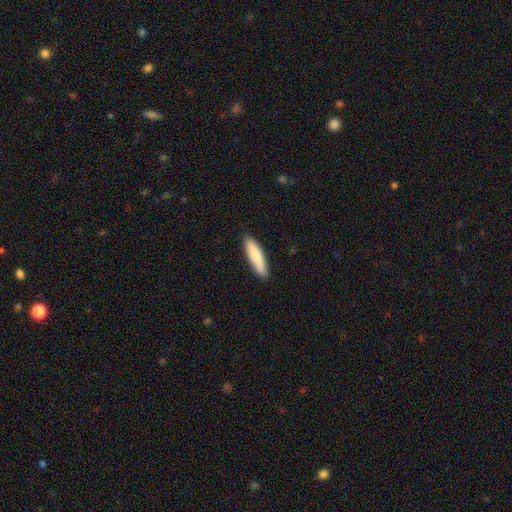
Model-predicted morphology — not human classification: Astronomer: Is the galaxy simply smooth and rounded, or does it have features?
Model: smooth — 82%.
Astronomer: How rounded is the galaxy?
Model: cigar-shaped — 77%.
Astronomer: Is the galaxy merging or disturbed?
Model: none — 90%.